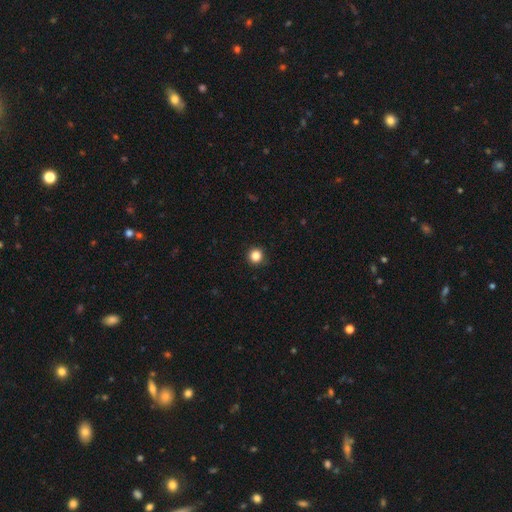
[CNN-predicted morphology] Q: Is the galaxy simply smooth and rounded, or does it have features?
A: smooth — 85%.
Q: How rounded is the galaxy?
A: round — 94%.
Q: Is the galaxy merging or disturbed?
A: none — 92%.